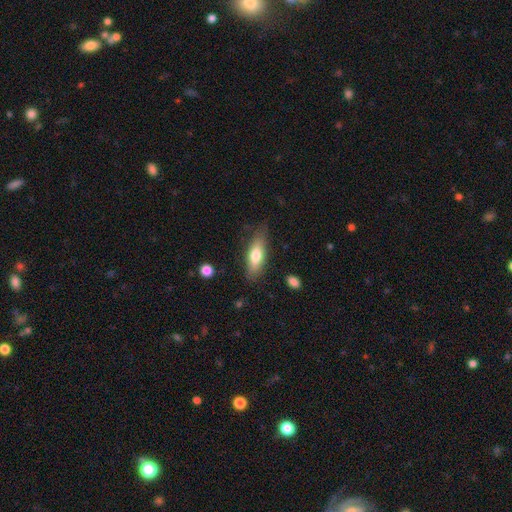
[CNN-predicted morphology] type=smooth (70%); roundness=in between (57%); merging=none (77%).